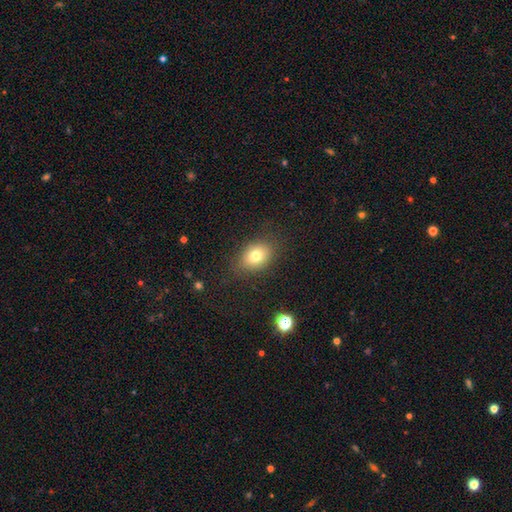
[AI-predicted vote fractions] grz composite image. It shows a smooth galaxy with no disk features (76%) that is in between round and cigar-shaped (66%). Merging: none (82%).